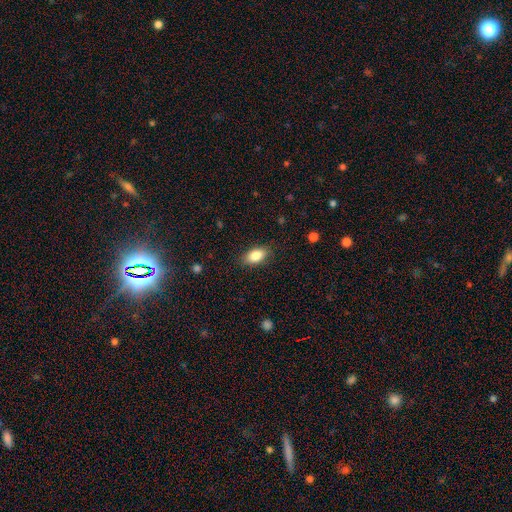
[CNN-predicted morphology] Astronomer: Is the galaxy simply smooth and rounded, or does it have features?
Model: smooth — 85%.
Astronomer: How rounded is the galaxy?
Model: in between — 90%.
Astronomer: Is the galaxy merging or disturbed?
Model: none — 86%.